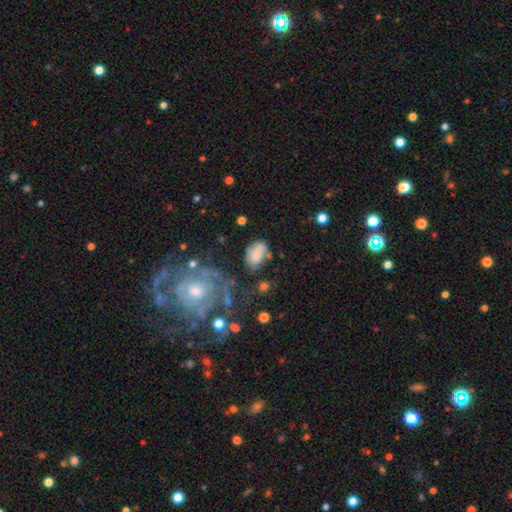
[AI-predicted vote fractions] The model was most divided on "merging": none: 51%, minor disturbance: 26%, major disturbance: 14%, merger: 9%. More confident: how rounded — in between (80%); smooth or featured — smooth (61%).